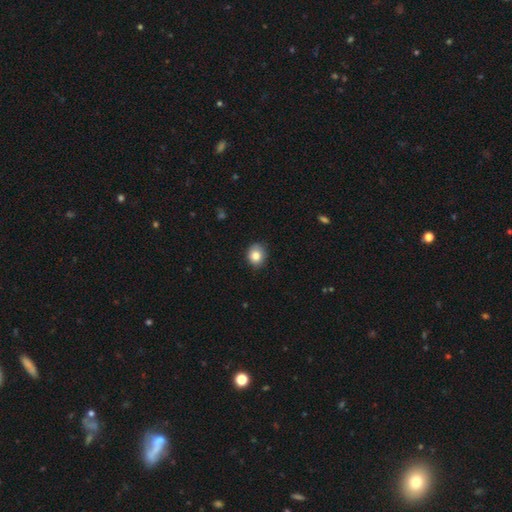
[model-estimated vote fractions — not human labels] Morphology: type=smooth (83%); roundness=round (70%); merging=none (80%).